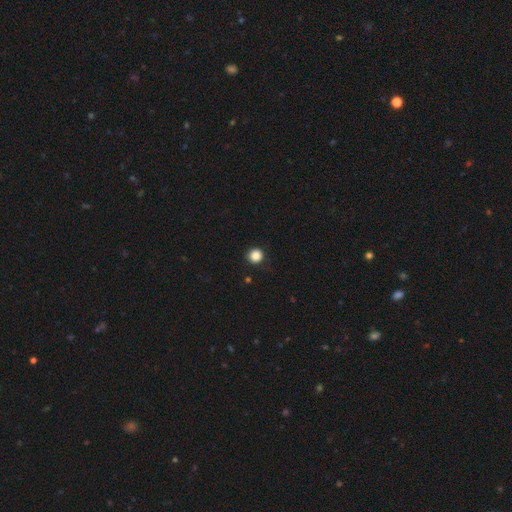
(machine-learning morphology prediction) The model was most divided on "smooth or featured": smooth: 87%, star or artifact: 11%, featured or disk: 3%. More confident: how rounded — round (94%); merging — none (90%).